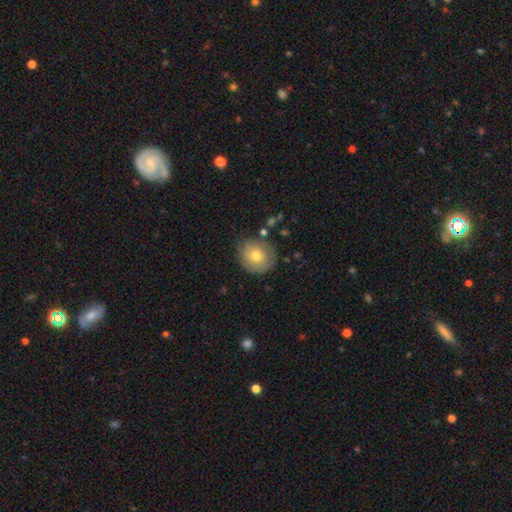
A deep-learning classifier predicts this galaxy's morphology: The model was most divided on "smooth or featured": smooth: 64%, featured or disk: 28%, star or artifact: 8%. More confident: how rounded — round (85%); merging — none (76%).